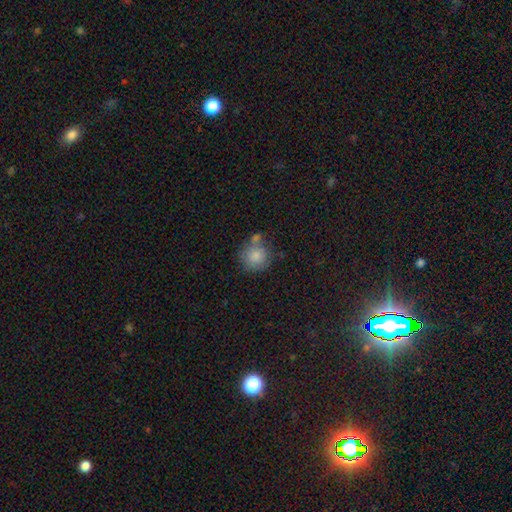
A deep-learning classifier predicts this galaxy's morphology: smooth-or-featured: smooth: 83% | featured or disk: 8% | star or artifact: 8%
  how-rounded: round: 88% | in between: 11% | cigar-shaped: 1%
  merging: none: 54% | merger: 23% | minor disturbance: 17% | major disturbance: 6%